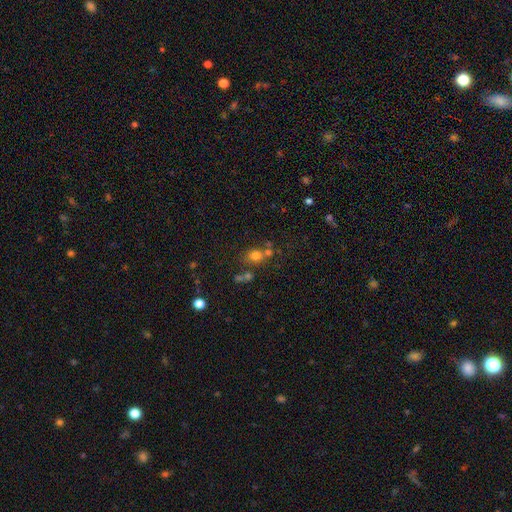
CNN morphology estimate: smooth_or_featured: smooth (p=0.69) [alt: star or artifact p=0.19]
how_rounded: round (p=0.63) [alt: in between p=0.35]
merging: none (p=0.54) [alt: merger p=0.28]